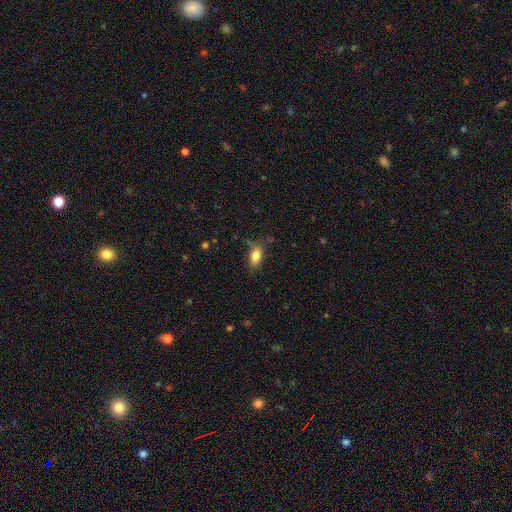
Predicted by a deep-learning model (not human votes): Morphology: type=smooth (82%); roundness=in between (87%); merging=none (73%).